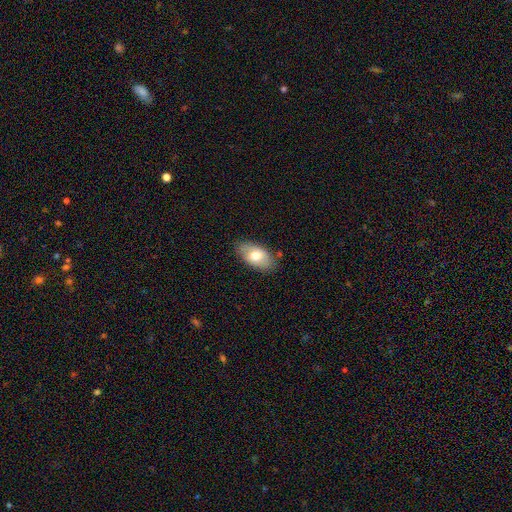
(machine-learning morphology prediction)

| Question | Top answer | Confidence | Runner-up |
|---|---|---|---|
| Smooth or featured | smooth | 69% | featured or disk (25%) |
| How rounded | in between | 93% | round (5%) |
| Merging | none | 81% | minor disturbance (15%) |